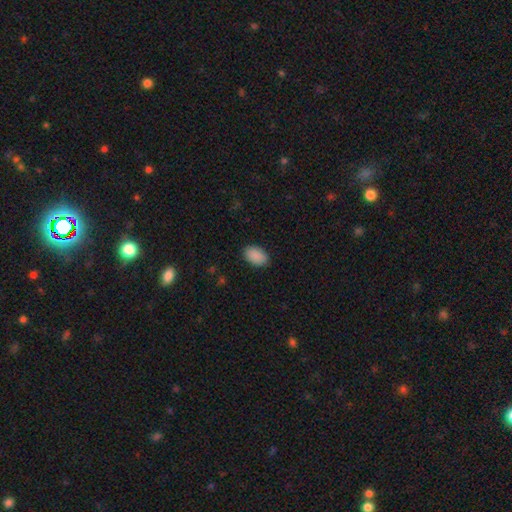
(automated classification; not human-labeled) Smooth or featured? smooth (90%)
How rounded? in between (91%)
Merging? none (88%)